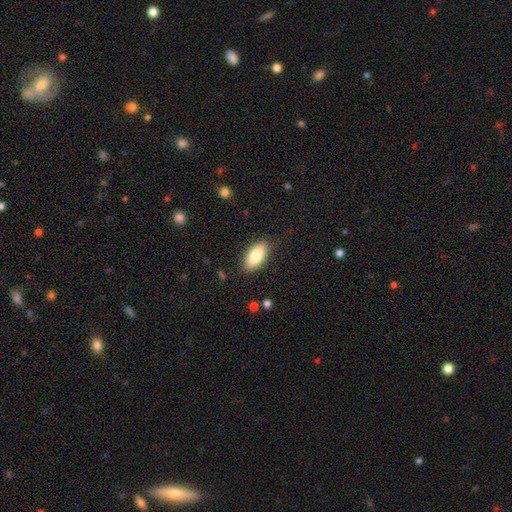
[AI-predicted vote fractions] smooth 81%, featured or disk 12%, star or artifact 7%. Down the decision tree: how rounded — in between (90%); merging — none (84%).